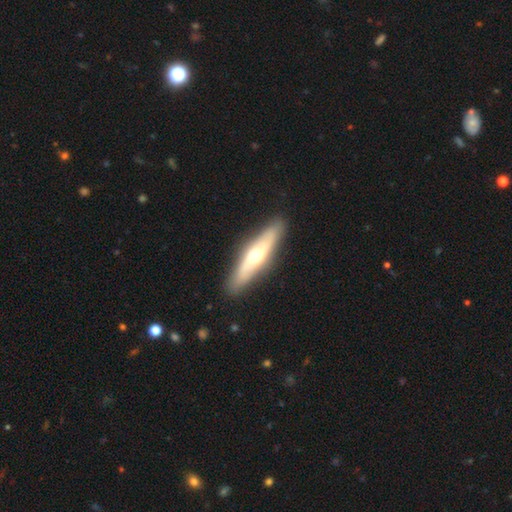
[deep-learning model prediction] Q: Smooth or featured?
A: featured or disk (55%); runner-up: smooth (39%)
Q: Edge-on disk?
A: yes (65%); runner-up: no (35%)
Q: Merging?
A: none (88%); runner-up: minor disturbance (9%)